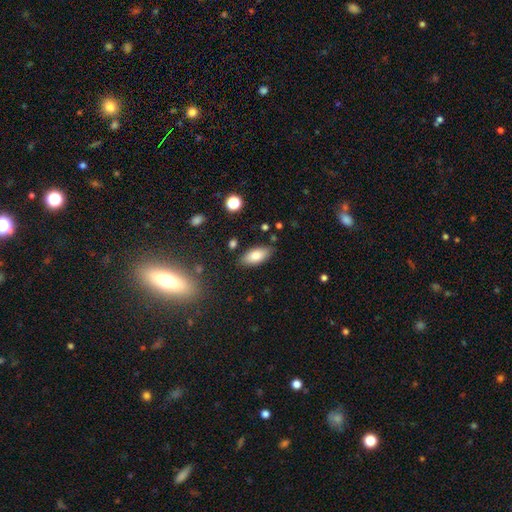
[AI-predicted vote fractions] This is likely a smooth galaxy (80%). How rounded: clearly in between (88%). Merging: clearly none (83%).